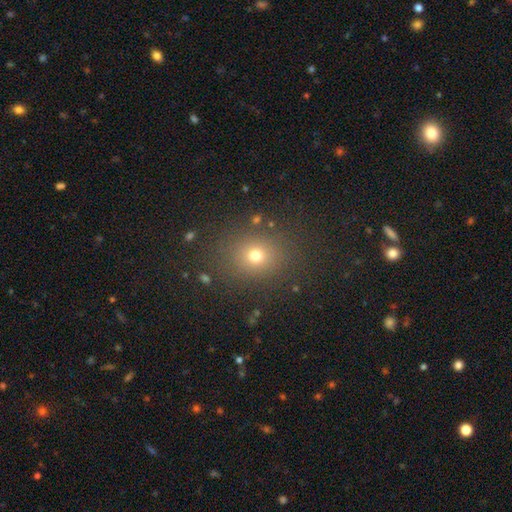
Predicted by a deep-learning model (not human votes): The model was most divided on "how rounded": round: 69%, in between: 30%, cigar-shaped: 1%. More confident: merging — none (84%); smooth or featured — smooth (71%).